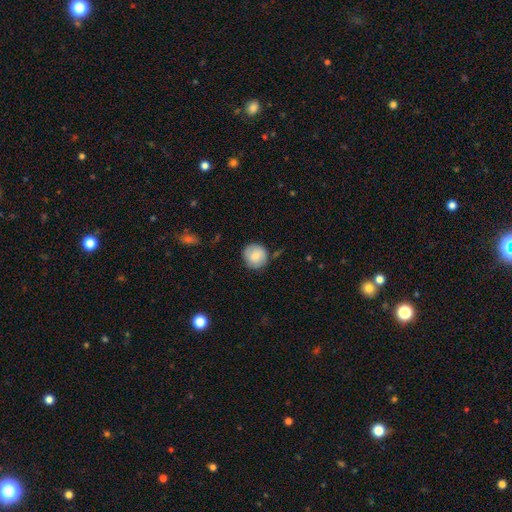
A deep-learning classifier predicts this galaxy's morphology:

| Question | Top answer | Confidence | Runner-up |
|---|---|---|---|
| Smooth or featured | smooth | 80% | featured or disk (13%) |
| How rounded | round | 92% | in between (7%) |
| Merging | none | 80% | minor disturbance (15%) |